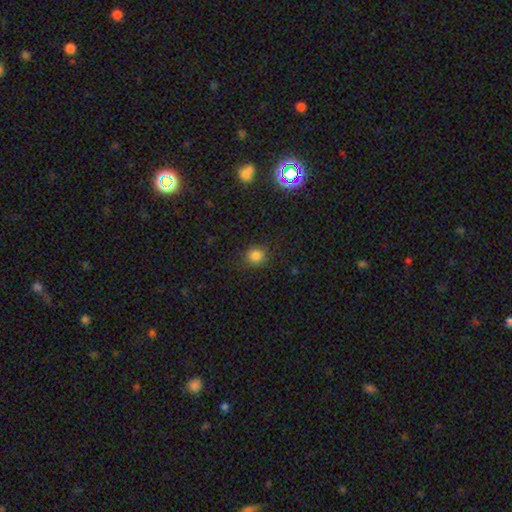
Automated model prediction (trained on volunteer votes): Overall: smooth (82%). How rounded: round (87%). Merging: none (86%).